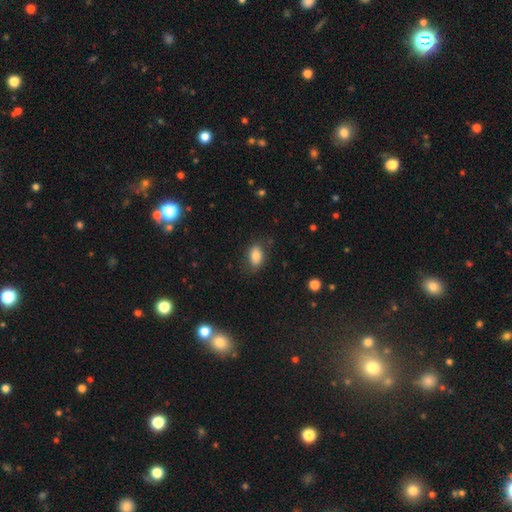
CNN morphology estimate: Q: Smooth or featured?
A: smooth (81%); runner-up: featured or disk (11%)
Q: How rounded?
A: in between (88%); runner-up: round (10%)
Q: Merging?
A: none (78%); runner-up: minor disturbance (16%)